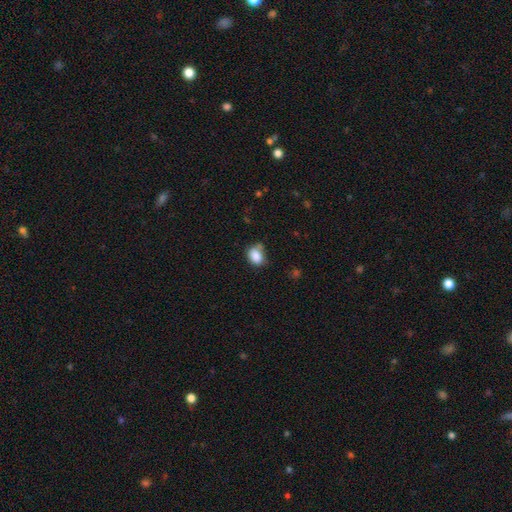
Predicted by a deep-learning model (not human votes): Smooth or featured? smooth (86%)
How rounded? in between (69%)
Merging? none (56%)